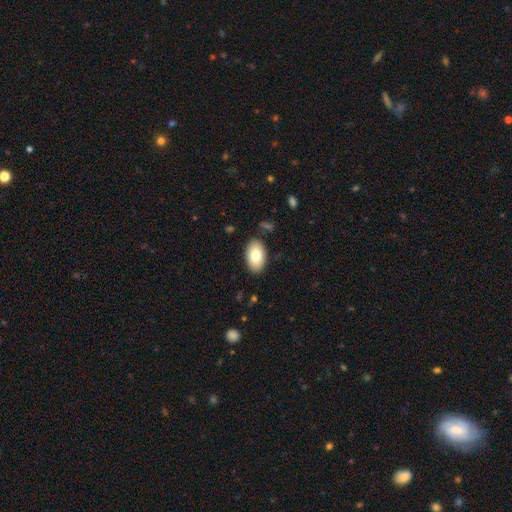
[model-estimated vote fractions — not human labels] smooth 79%, featured or disk 14%, star or artifact 7%. Down the decision tree: how rounded — in between (93%); merging — none (87%).